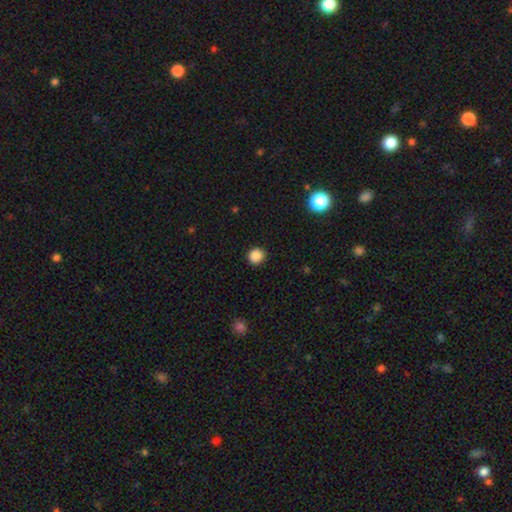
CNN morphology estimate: smooth-or-featured: smooth: 87% | star or artifact: 11% | featured or disk: 3%
  how-rounded: round: 87% | in between: 12% | cigar-shaped: 1%
  merging: none: 88% | minor disturbance: 9% | major disturbance: 2% | merger: 1%